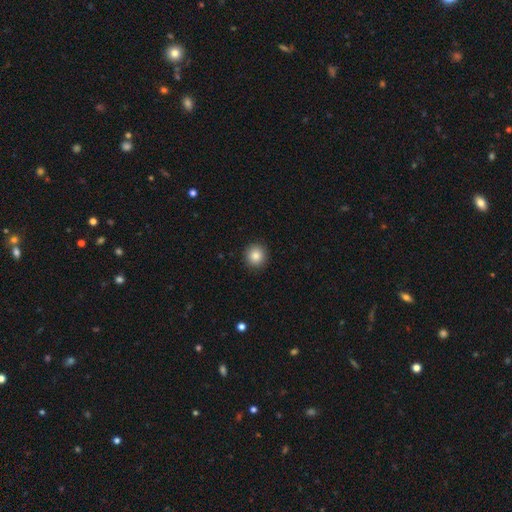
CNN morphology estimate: A smooth galaxy with no disk features (85%) that is round (93%). Merging: none (92%).